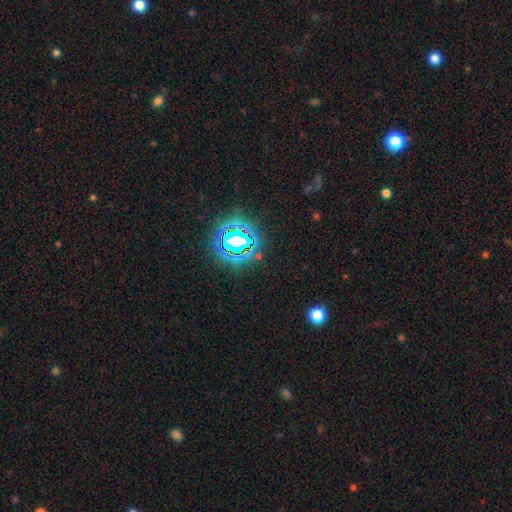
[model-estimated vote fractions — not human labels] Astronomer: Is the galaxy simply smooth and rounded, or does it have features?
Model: star or artifact — 77%.